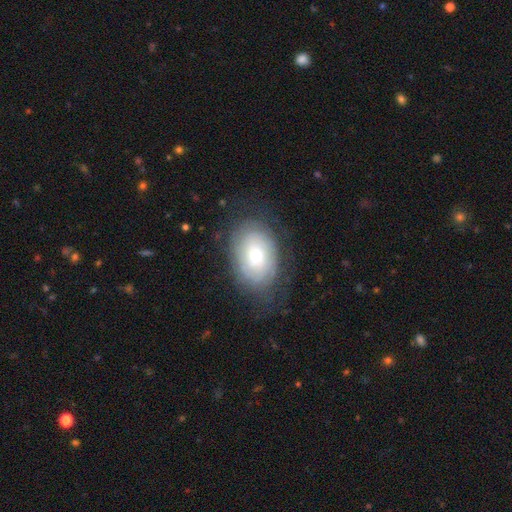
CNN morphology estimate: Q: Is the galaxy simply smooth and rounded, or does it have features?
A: featured or disk — 50%.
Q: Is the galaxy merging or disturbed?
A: none — 71%.